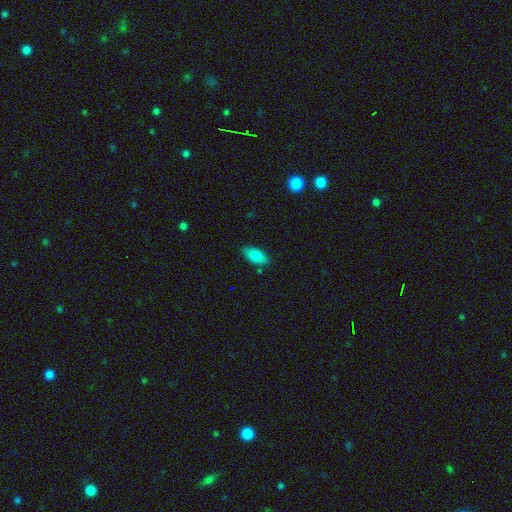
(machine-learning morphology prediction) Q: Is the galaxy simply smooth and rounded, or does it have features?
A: smooth — 84%.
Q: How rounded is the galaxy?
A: in between — 92%.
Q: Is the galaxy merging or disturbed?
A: none — 83%.